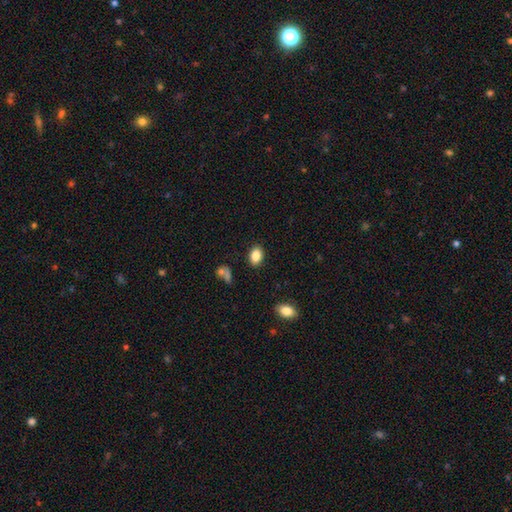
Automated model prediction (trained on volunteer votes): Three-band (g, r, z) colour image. It shows a smooth galaxy with no disk features (85%) that is in between round and cigar-shaped (81%). Merging: none (87%).